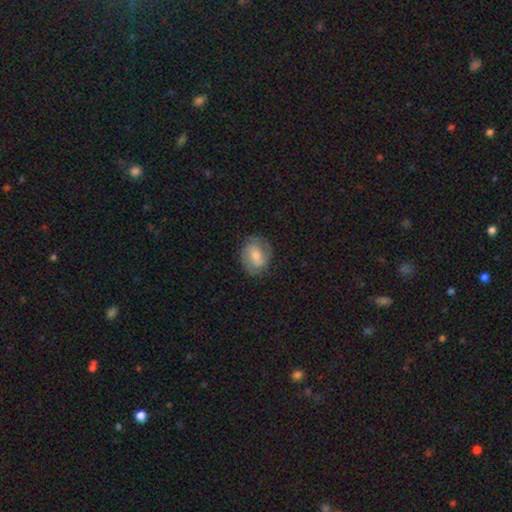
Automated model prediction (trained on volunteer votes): The model was most divided on "bar": weak: 45%, no: 37%, strong: 18%. More confident: edge-on disk — no (97%); spiral arms — yes (84%); merging — none (79%); smooth or featured — featured or disk (58%); bulge size — moderate (51%).